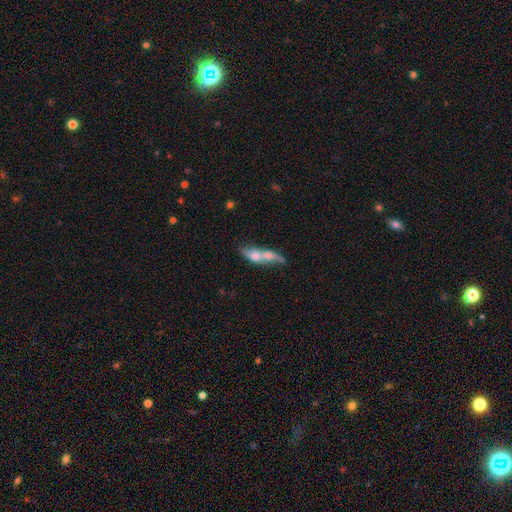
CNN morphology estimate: smooth-or-featured: smooth: 53% | featured or disk: 38% | star or artifact: 8%
  how-rounded: in between: 51% | cigar-shaped: 39% | round: 10%
  merging: merger: 67% | none: 18% | minor disturbance: 8% | major disturbance: 8%